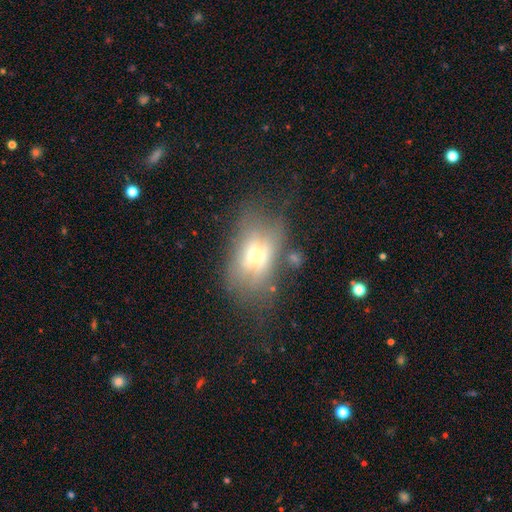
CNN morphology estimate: Smooth or featured? Predicted: featured or disk (p=0.46). Merging? Predicted: none (p=0.44).